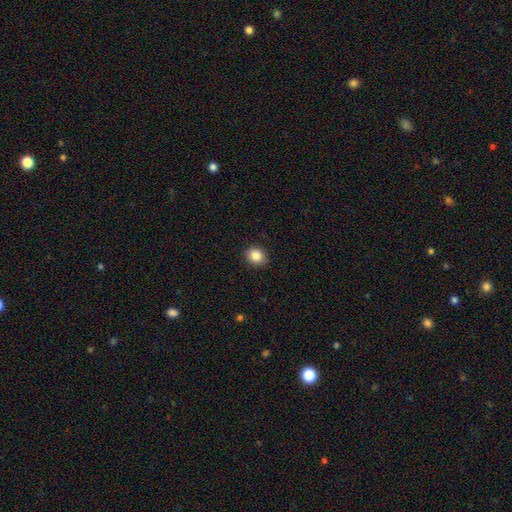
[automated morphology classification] Q: Smooth or featured?
A: smooth (86%); runner-up: star or artifact (9%)
Q: How rounded?
A: round (66%); runner-up: in between (33%)
Q: Merging?
A: none (89%); runner-up: minor disturbance (8%)